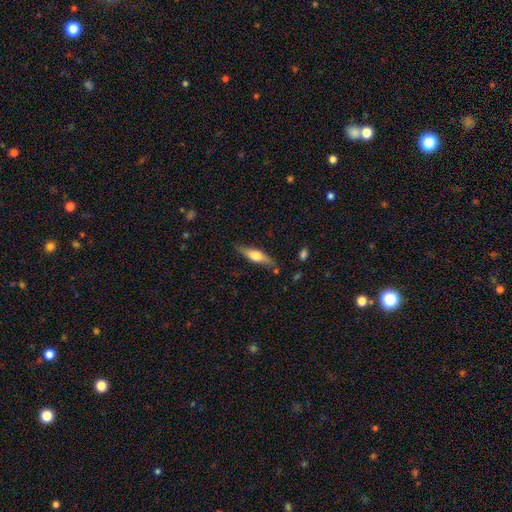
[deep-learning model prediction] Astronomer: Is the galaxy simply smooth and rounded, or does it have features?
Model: smooth — 50% (runner-up: featured or disk, 44%).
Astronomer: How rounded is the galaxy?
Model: cigar-shaped — 62%.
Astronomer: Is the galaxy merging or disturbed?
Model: none — 77%.